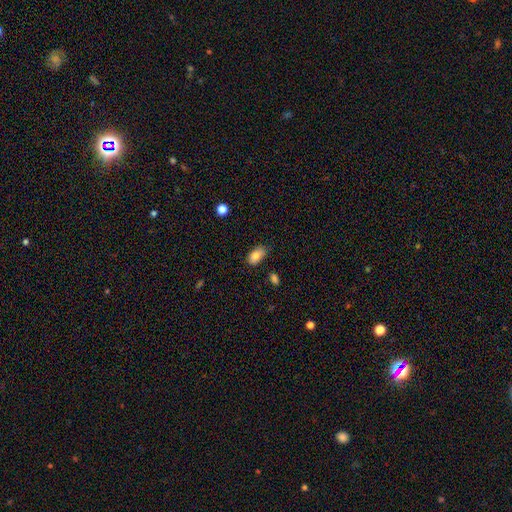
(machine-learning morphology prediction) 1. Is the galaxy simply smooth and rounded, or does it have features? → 83% smooth, 9% featured or disk, 8% star or artifact.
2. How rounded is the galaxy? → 91% in between, 6% round, 2% cigar-shaped.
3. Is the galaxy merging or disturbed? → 78% none, 16% minor disturbance, 3% major disturbance, 2% merger.